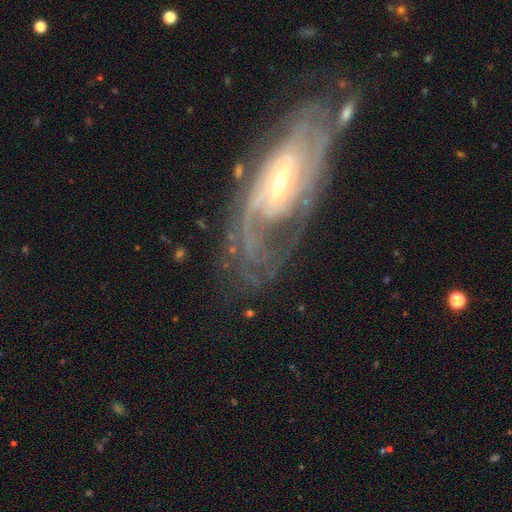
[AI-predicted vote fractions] Overall: featured or disk (86%). Edge-on disk: no (90%). Bar: no (54%; weak 32%). Spiral arms: yes (92%). Spiral arm count: can't tell (45%; 2 22%). Spiral winding: tight (67%). Bulge size: small (68%). Merging: none (70%).